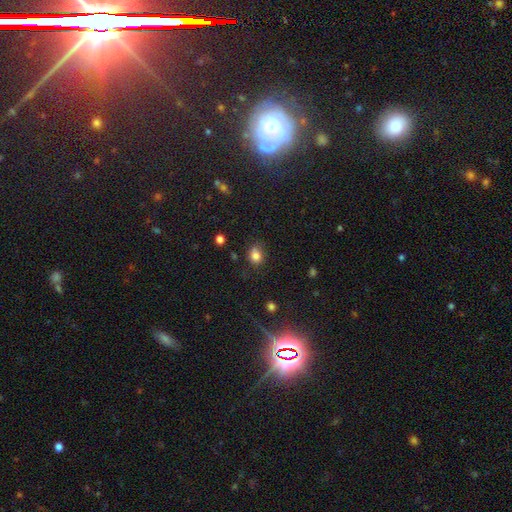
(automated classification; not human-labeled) Smooth or featured? smooth (79%)
How rounded? round (68%)
Merging? none (66%)